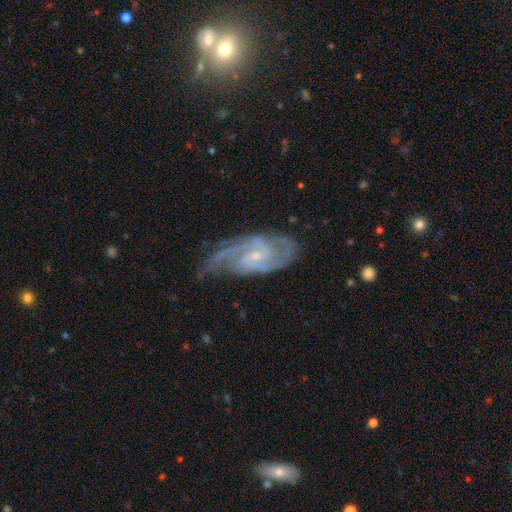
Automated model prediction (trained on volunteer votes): A featured or disk galaxy (90%) with a weak bar (45%), 2 (56%) medium (48%) spiral arms (98%) and a small central bulge (78%). Merging: none (66%).